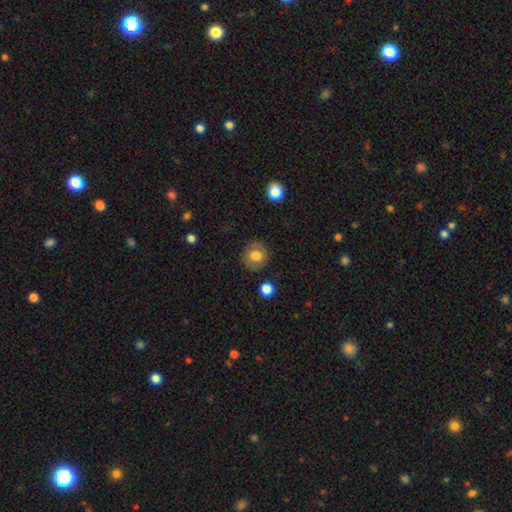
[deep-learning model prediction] This appears to be a smooth galaxy with no disk features (76%) that is round (85%). Merging: none (83%).